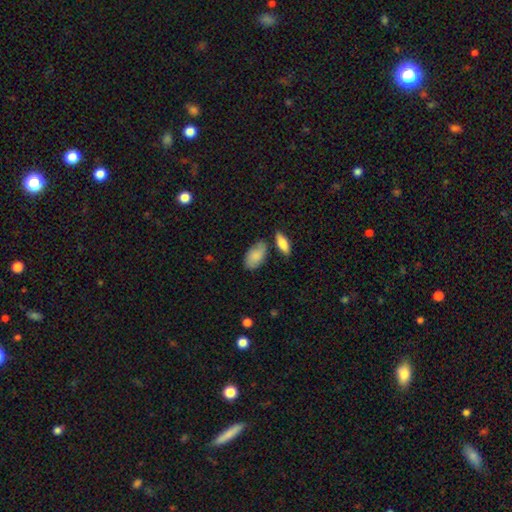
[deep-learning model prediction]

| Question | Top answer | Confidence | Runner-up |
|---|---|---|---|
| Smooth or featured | smooth | 80% | featured or disk (14%) |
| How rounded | in between | 93% | round (4%) |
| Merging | none | 66% | minor disturbance (20%) |